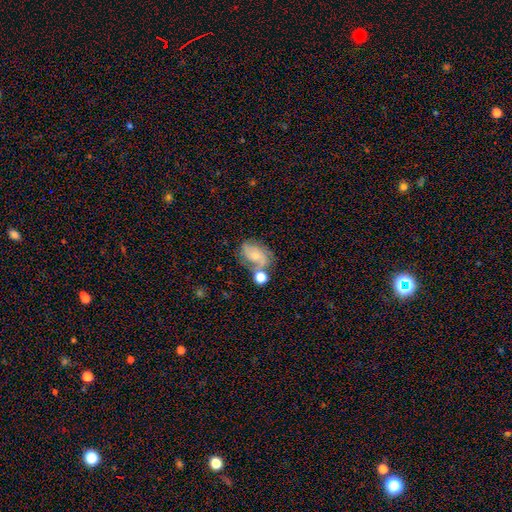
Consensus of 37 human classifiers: This is likely a featured or disk galaxy (70%). It is clearly not viewed edge-on (92%). Bar: likely no (79%). Spiral arm pattern: clearly yes (100%). Spiral arm count: marginally 2 (42%). Spiral winding: marginally medium (42%). Central bulge: likely small (71%). Merging: possibly none (50%).